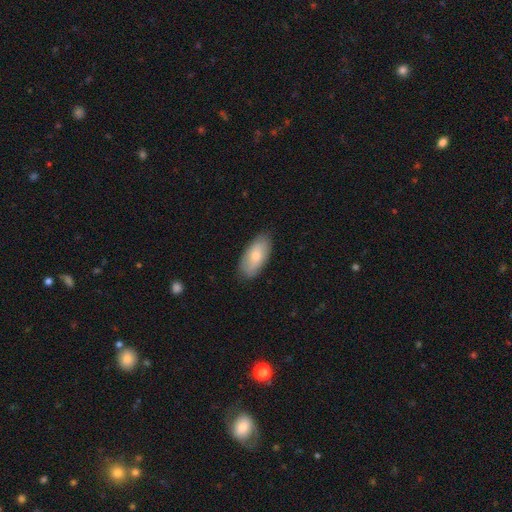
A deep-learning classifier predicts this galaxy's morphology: Smooth or featured? Predicted: smooth (p=0.74). How rounded? Predicted: in between (p=0.92). Merging? Predicted: none (p=0.84).